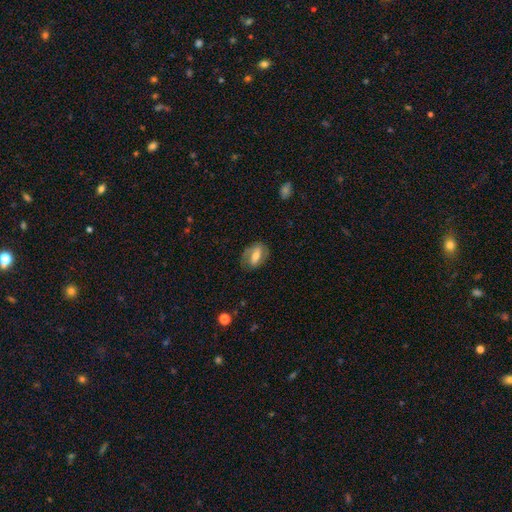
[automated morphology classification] A featured or disk galaxy (57%) with a strong bar (46%), spiral arms (70%) and a moderate central bulge (63%).

Vote fractions:
- Smooth or featured? featured or disk: 57% / smooth: 36% / star or artifact: 7%
- Edge-on disk? no: 92% / yes: 8%
- Bar? strong: 46% / weak: 33% / no: 20%
- Spiral arms? yes: 70% / no: 30%
- Bulge size? moderate: 63% / small: 26% / large: 8% / none: 2% / dominant: 1%
- Merging? none: 73% / minor disturbance: 18% / major disturbance: 8% / merger: 1%